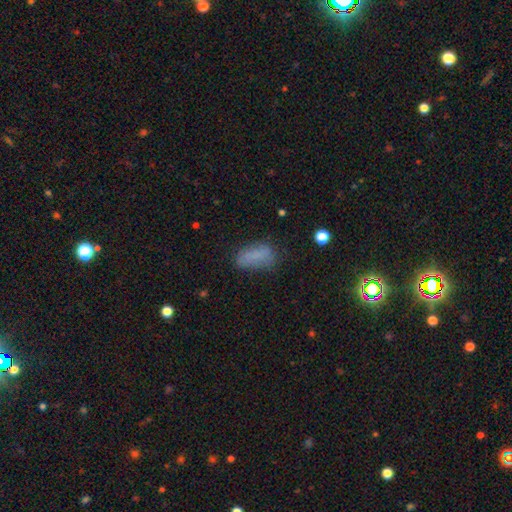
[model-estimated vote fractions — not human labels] A smooth galaxy with no disk features (74%) that is in between round and cigar-shaped (85%). Merging: none (58%).